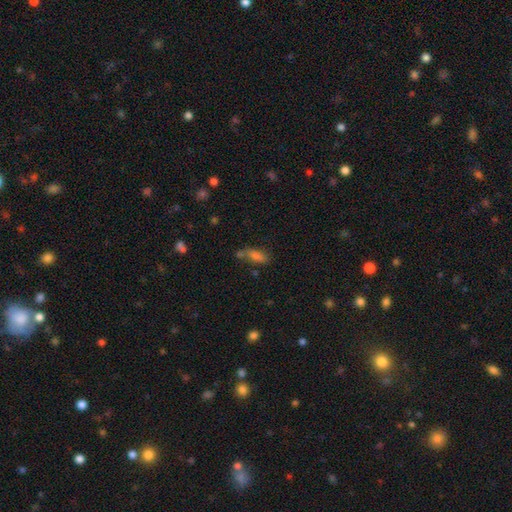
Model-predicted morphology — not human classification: type=smooth (71%); roundness=in between (67%); merging=none (57%).